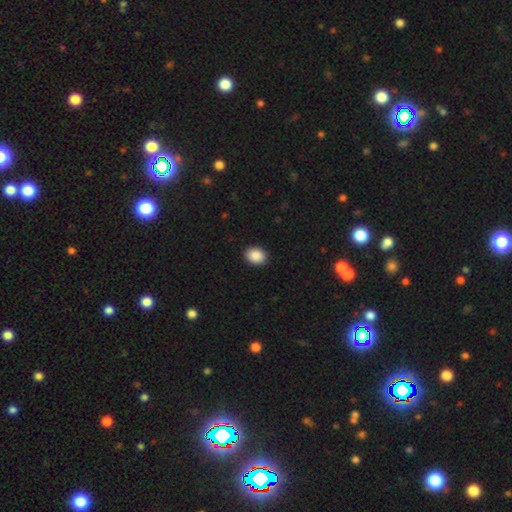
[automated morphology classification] This is clearly a smooth galaxy (90%). How rounded: likely in between (61%). Merging: clearly none (91%).